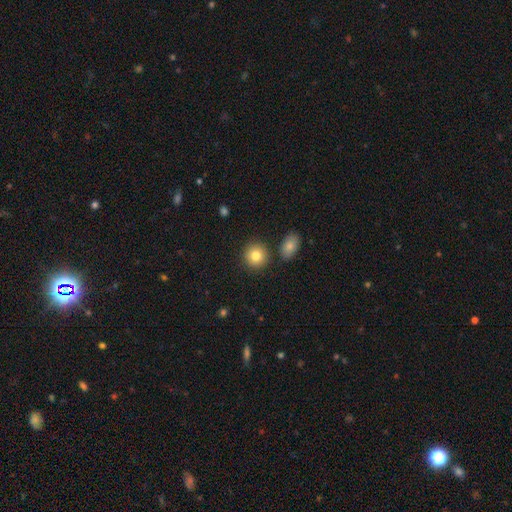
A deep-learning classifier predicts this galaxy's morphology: smooth_or_featured: smooth (p=0.82) [alt: featured or disk p=0.09]
how_rounded: round (p=0.88) [alt: in between p=0.11]
merging: none (p=0.84) [alt: minor disturbance p=0.08]